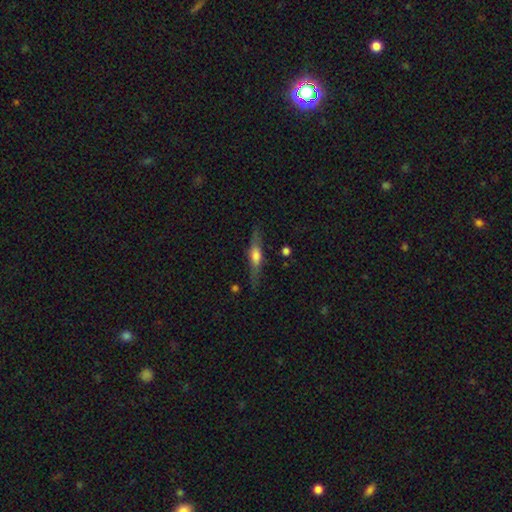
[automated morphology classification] smooth-or-featured: featured or disk: 55% | smooth: 38% | star or artifact: 7%
  disk-edge-on: yes: 91% | no: 9%
    edge-on-bulge: rounded: 79% | boxy: 15% | none: 6%
  merging: none: 78% | minor disturbance: 15% | major disturbance: 5% | merger: 2%